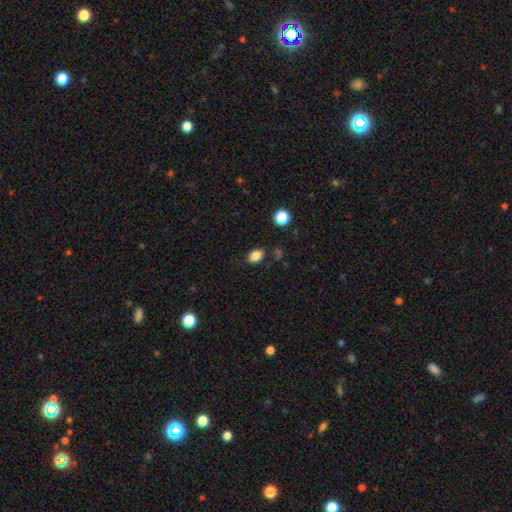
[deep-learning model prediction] Smooth or featured?
  - smooth: 84% *
  - star or artifact: 10%
  - featured or disk: 5%
How rounded?
  - in between: 80% *
  - round: 19%
  - cigar-shaped: 1%
Merging?
  - none: 79% *
  - minor disturbance: 14%
  - major disturbance: 4%
  - merger: 3%